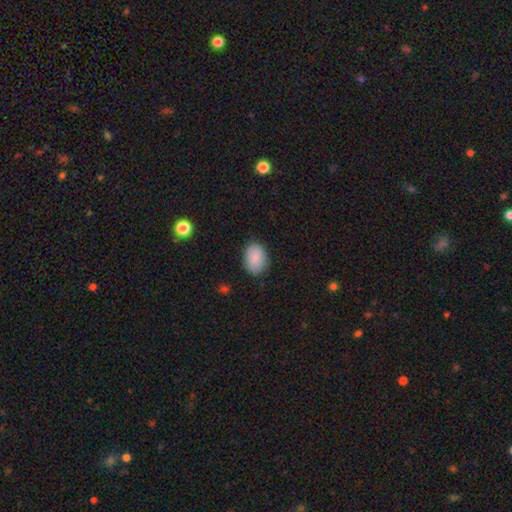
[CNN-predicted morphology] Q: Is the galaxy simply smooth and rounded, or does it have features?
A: smooth — 88%.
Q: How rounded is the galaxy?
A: in between — 74%.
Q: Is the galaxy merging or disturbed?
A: none — 83%.